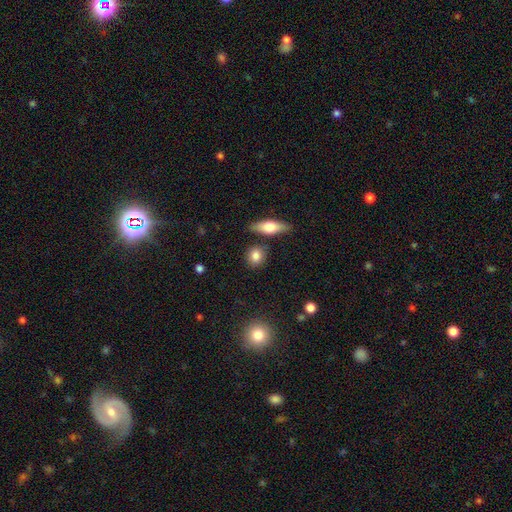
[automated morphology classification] A smooth galaxy with no disk features (82%) that is round (72%). Merging: none (82%).